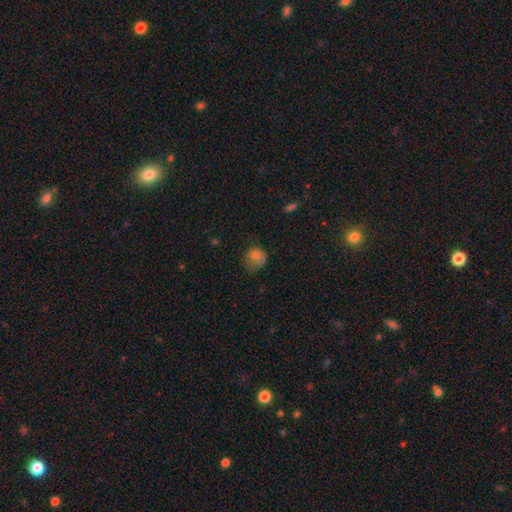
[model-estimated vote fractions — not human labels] The model was most divided on "merging": none: 45%, minor disturbance: 33%, major disturbance: 20%, merger: 2%. More confident: smooth or featured — smooth (77%); how rounded — round (73%).